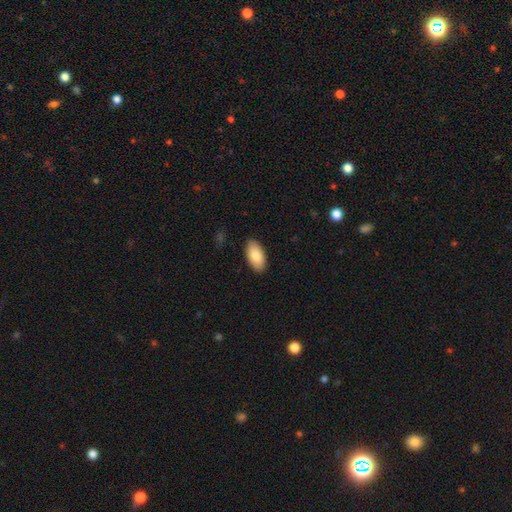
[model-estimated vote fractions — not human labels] Morphology: type=smooth (86%); roundness=in between (95%); merging=none (89%).